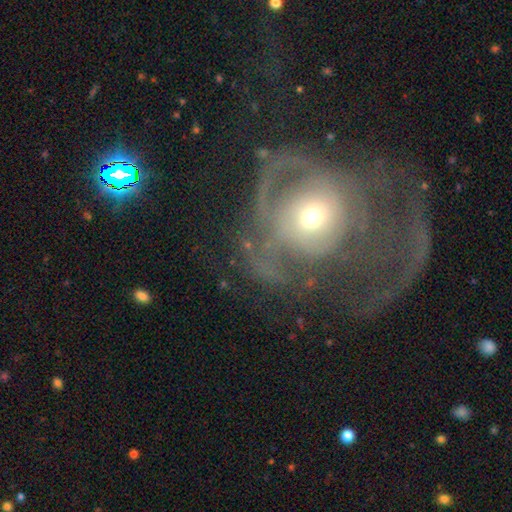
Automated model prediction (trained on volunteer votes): Smooth or featured: featured or disk — 65% (smooth — 22%)
Edge-on disk: no — 96% (yes — 4%)
Bar: no — 79% (weak — 15%)
Spiral arms: yes — 50% (tied with no — 50%)
Bulge size: moderate — 48% (small — 42%)
Merging: major disturbance — 59% (none — 23%)